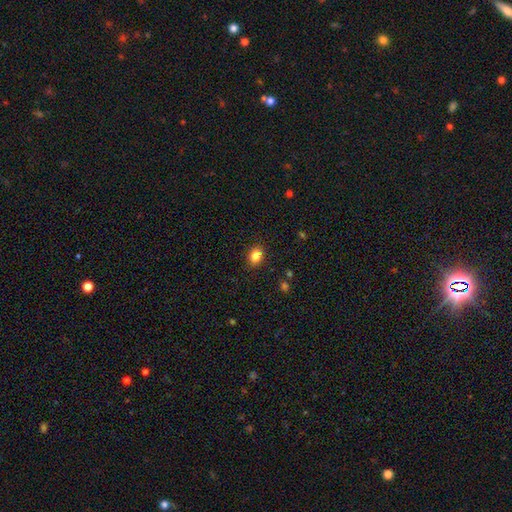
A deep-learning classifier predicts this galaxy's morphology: The model was most divided on "how rounded": in between: 67%, round: 32%, cigar-shaped: 1%. More confident: merging — none (85%); smooth or featured — smooth (83%).